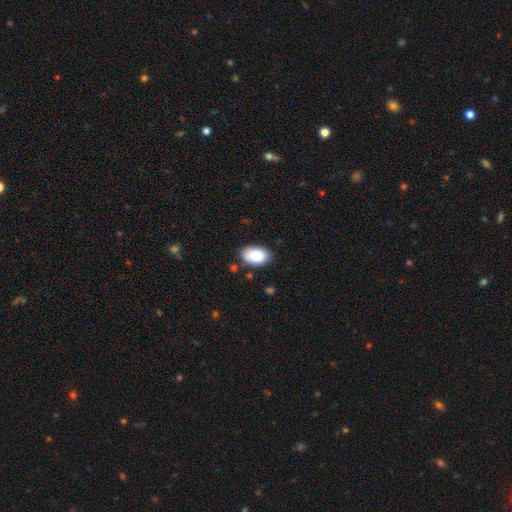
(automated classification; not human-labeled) smooth-or-featured: smooth: 88% | star or artifact: 7% | featured or disk: 6%
  how-rounded: in between: 92% | round: 7% | cigar-shaped: 1%
  merging: none: 82% | minor disturbance: 14% | major disturbance: 3% | merger: 2%